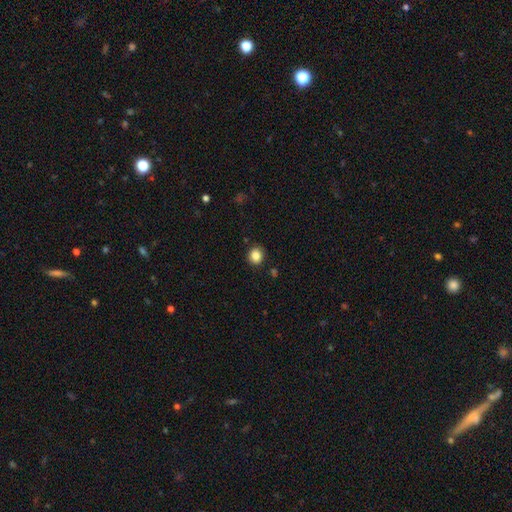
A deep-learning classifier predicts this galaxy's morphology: smooth-or-featured: smooth: 85% | star or artifact: 10% | featured or disk: 5%
  how-rounded: round: 75% | in between: 25% | cigar-shaped: 1%
  merging: none: 88% | minor disturbance: 8% | major disturbance: 2% | merger: 2%